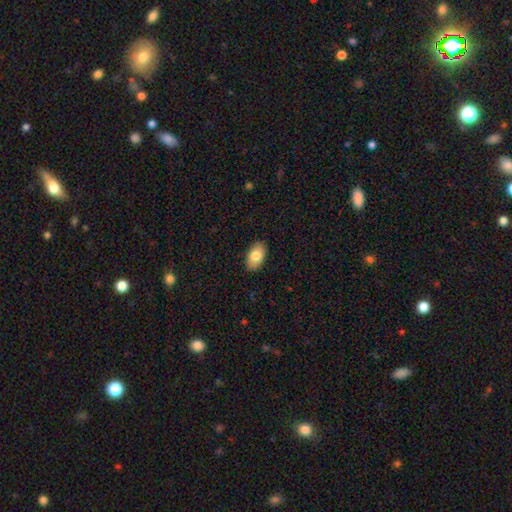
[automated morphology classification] smooth_or_featured: smooth (p=0.79) [alt: featured or disk p=0.14]
how_rounded: in between (p=0.93) [alt: round p=0.05]
merging: none (p=0.89) [alt: minor disturbance p=0.08]